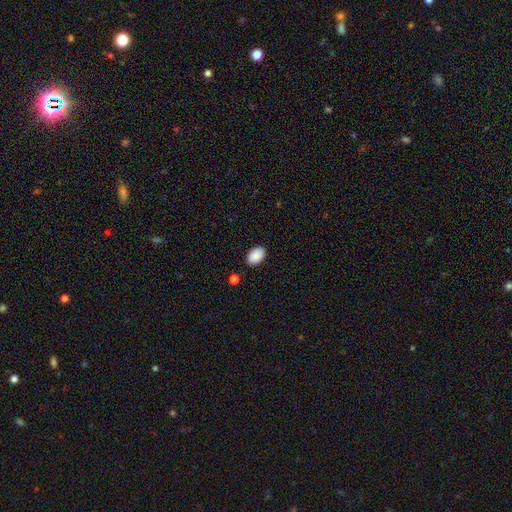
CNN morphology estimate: A smooth galaxy with no disk features (90%) that is in between round and cigar-shaped (91%).

Vote fractions:
- Smooth or featured? smooth: 90% / star or artifact: 7% / featured or disk: 3%
- How rounded? in between: 91% / round: 8% / cigar-shaped: 1%
- Merging? none: 87% / minor disturbance: 10% / major disturbance: 2% / merger: 2%